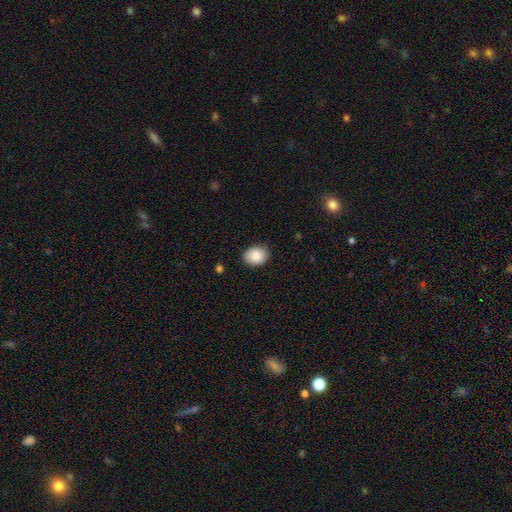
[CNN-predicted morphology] A smooth galaxy with no disk features (88%) that is in between round and cigar-shaped (56%).

Vote fractions:
- Smooth or featured? smooth: 88% / star or artifact: 7% / featured or disk: 5%
- How rounded? in between: 56% / round: 44% / cigar-shaped: 1%
- Merging? none: 82% / minor disturbance: 14% / major disturbance: 3% / merger: 1%